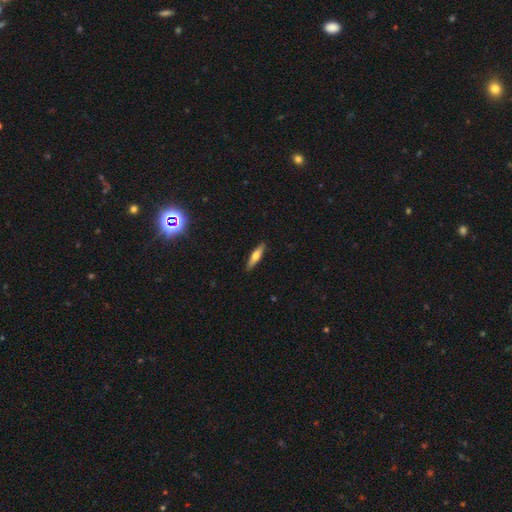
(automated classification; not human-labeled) Morphology: type=smooth (53%); roundness=cigar-shaped (75%); merging=none (90%).